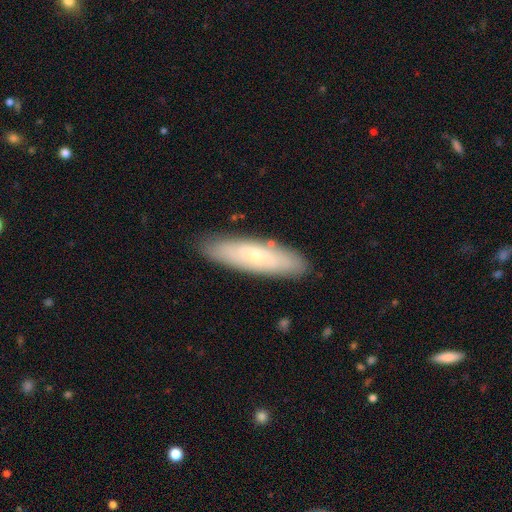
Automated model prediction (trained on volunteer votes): A smooth galaxy with no disk features (49%).

Vote fractions:
- Smooth or featured? smooth: 49% / featured or disk: 44% / star or artifact: 7%
- Merging? none: 85% / minor disturbance: 11% / major disturbance: 2% / merger: 2%